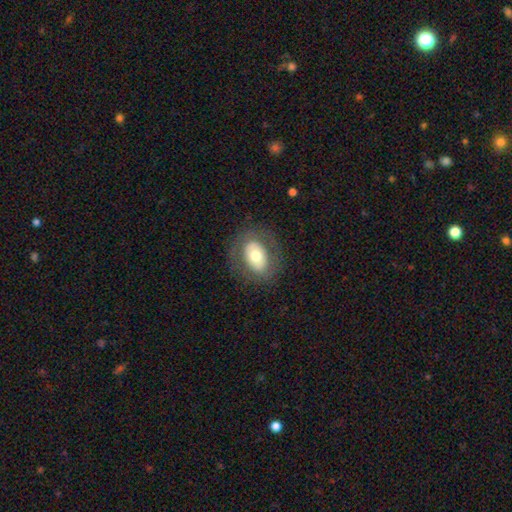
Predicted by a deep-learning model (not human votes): Q: Smooth or featured?
A: smooth (57%); runner-up: featured or disk (36%)
Q: How rounded?
A: in between (71%); runner-up: round (28%)
Q: Merging?
A: none (78%); runner-up: minor disturbance (12%)